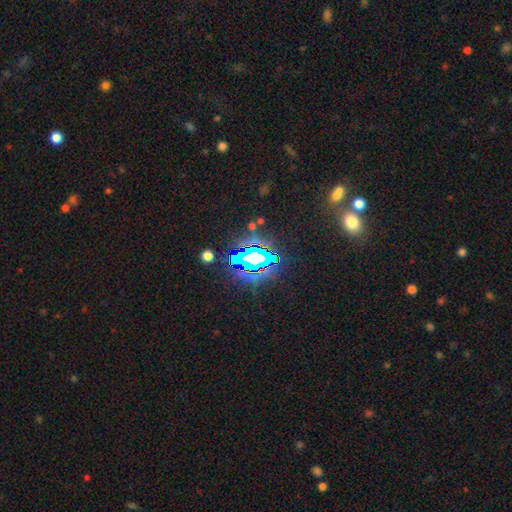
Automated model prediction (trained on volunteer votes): Smooth or featured: star or artifact — 77% (smooth — 12%)